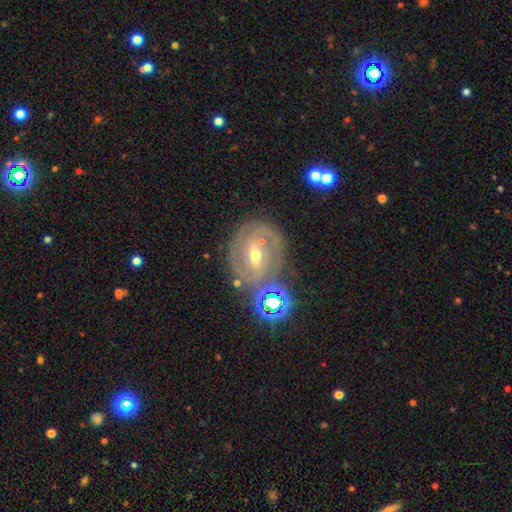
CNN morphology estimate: featured or disk 78%, smooth 12%, star or artifact 10%. Down the decision tree: edge-on disk — no (95%); bar — weak (45%); spiral arms — yes (86%); spiral arm count — 2 (52%); spiral winding — tight (61%); bulge size — moderate (51%); merging — none (69%).